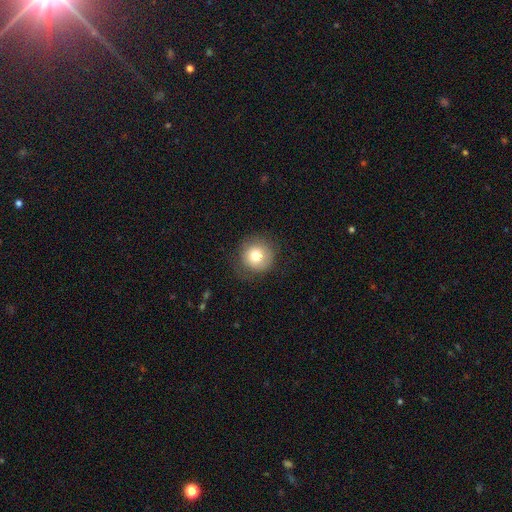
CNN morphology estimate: The model was most divided on "smooth or featured": smooth: 76%, featured or disk: 13%, star or artifact: 11%. More confident: how rounded — round (94%); merging — none (79%).